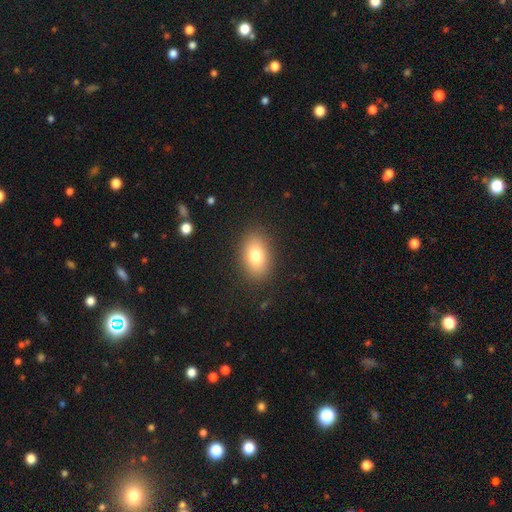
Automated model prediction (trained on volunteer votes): smooth 78%, featured or disk 13%, star or artifact 9%. Down the decision tree: how rounded — in between (84%); merging — none (87%).